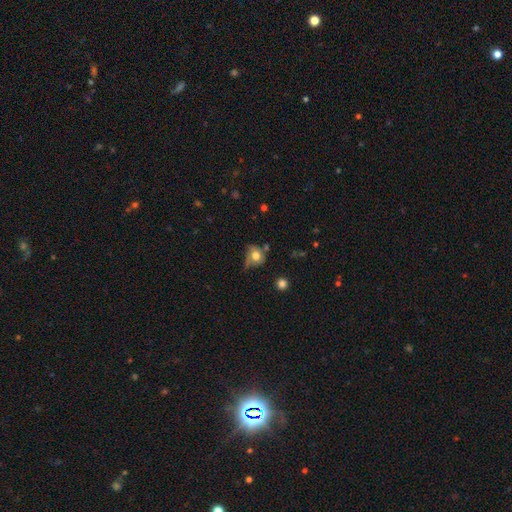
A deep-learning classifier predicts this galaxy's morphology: Smooth or featured? smooth (70%)
How rounded? round (74%)
Merging? none (42%)